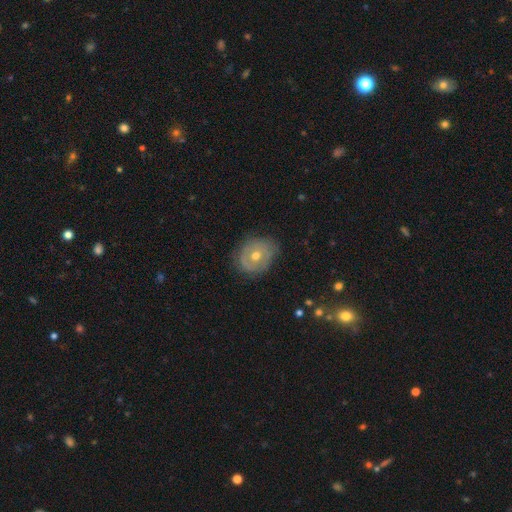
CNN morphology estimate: The model was most divided on "spiral arms": yes: 54%, no: 46%. More confident: edge-on disk — no (95%); bar — no (82%); merging — none (69%); bulge size — moderate (68%); smooth or featured — featured or disk (57%).